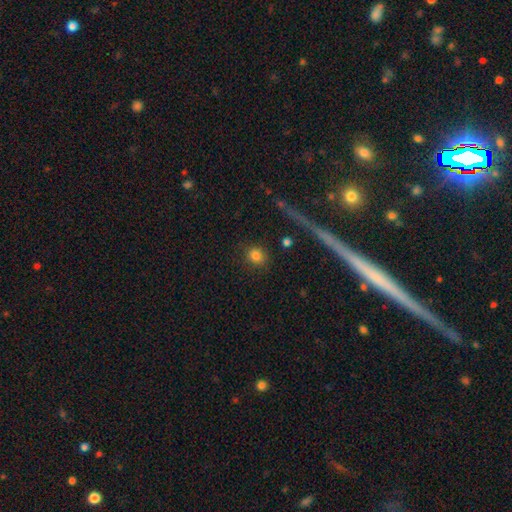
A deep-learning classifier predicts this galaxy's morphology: smooth 82%, star or artifact 12%, featured or disk 6%. Down the decision tree: how rounded — round (85%); merging — none (87%).